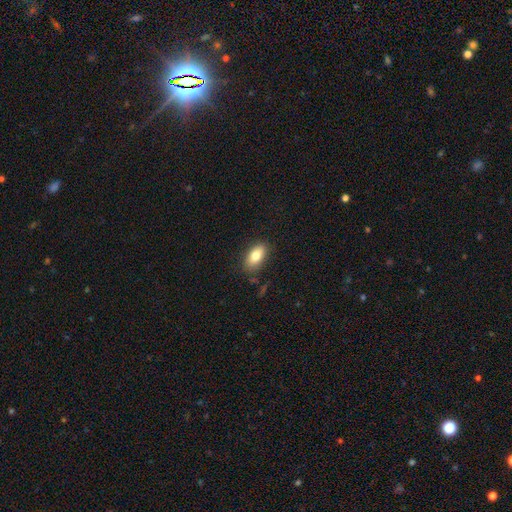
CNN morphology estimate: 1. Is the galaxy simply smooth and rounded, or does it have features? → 80% smooth, 13% featured or disk, 8% star or artifact.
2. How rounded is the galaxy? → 90% in between, 6% round, 4% cigar-shaped.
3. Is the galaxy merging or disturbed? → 83% none, 12% minor disturbance, 3% major disturbance, 2% merger.